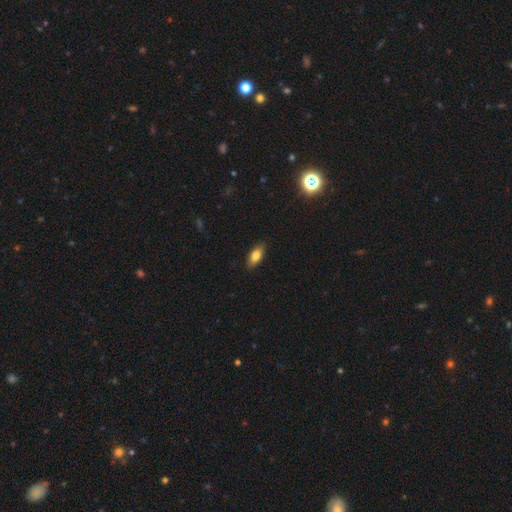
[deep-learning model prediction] Overall: smooth (81%). How rounded: in between (85%). Merging: none (86%).